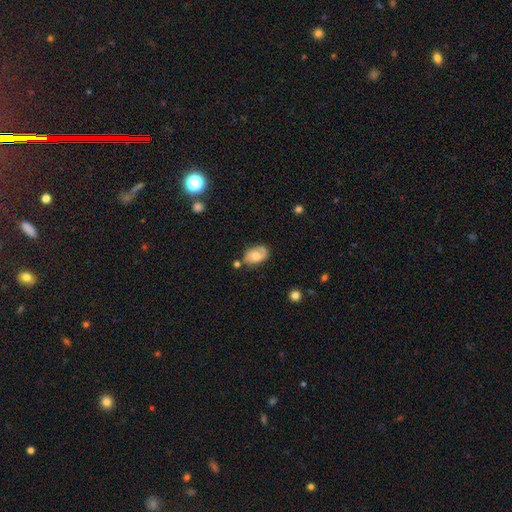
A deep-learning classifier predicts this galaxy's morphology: Overall: smooth (52%; featured or disk 40%). How rounded: in between (87%). Merging: none (56%; minor disturbance 27%).